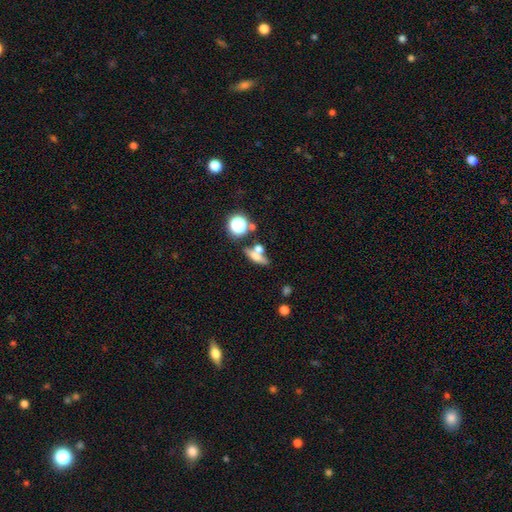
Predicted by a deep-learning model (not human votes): This appears to be a smooth galaxy with no disk features (57%) that is cigar-shaped (47%). Merging: none (57%).